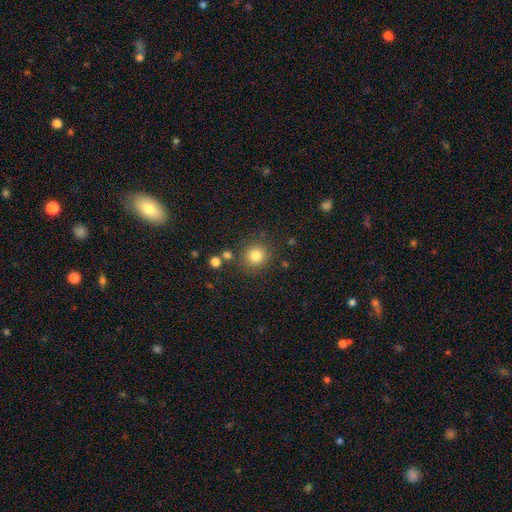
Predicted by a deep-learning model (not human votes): A smooth galaxy with no disk features (83%) that is round (90%). Merging: none (83%).